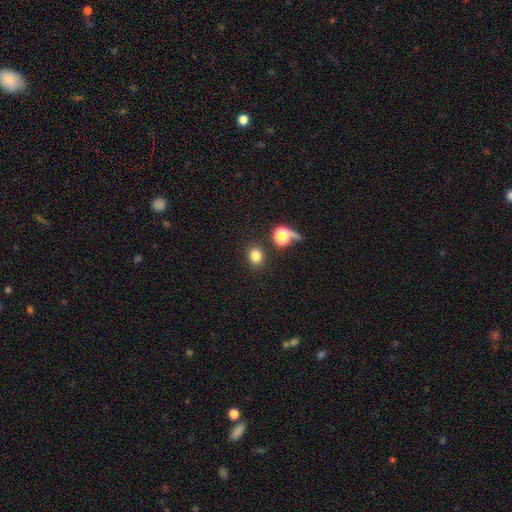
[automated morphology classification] This is clearly a smooth galaxy (80%). How rounded: possibly round (58%). Merging: likely none (79%).